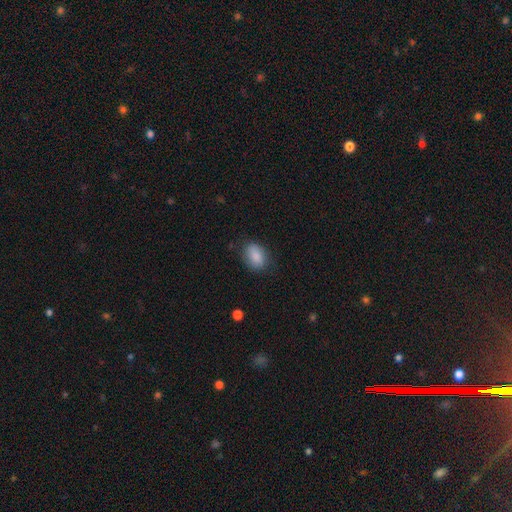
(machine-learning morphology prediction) Overall: smooth (86%). How rounded: in between (82%). Merging: none (77%).